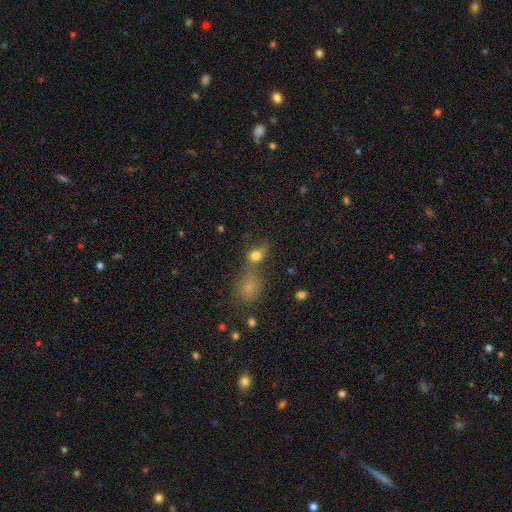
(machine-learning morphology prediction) smooth 74%, star or artifact 15%, featured or disk 11%. Down the decision tree: how rounded — in between (51%); merging — merger (41%).